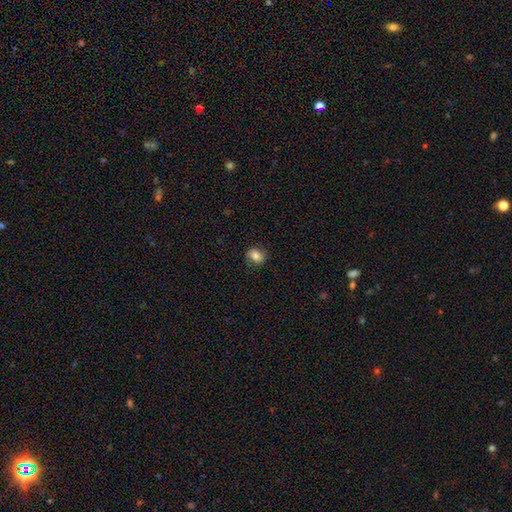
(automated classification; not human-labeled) A smooth galaxy with no disk features (73%) that is round (52%). Merging: none (74%).